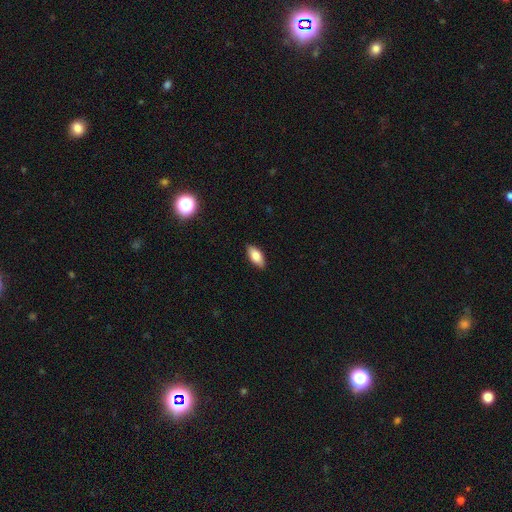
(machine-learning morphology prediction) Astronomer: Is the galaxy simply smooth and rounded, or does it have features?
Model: smooth — 82%.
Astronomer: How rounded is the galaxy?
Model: in between — 87%.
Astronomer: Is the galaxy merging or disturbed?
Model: none — 88%.